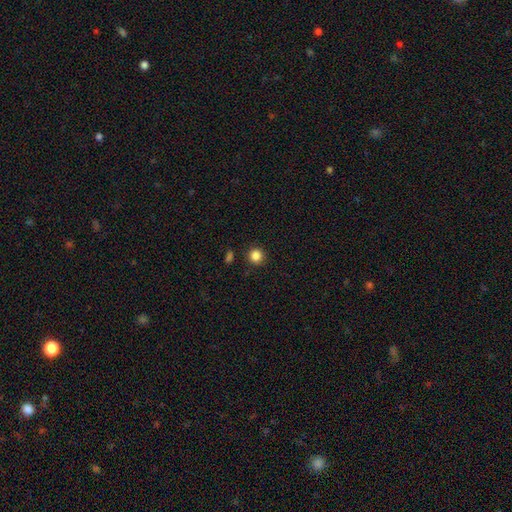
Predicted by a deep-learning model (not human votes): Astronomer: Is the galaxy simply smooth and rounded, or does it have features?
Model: smooth — 85%.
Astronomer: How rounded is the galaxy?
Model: round — 93%.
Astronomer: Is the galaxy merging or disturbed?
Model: none — 89%.